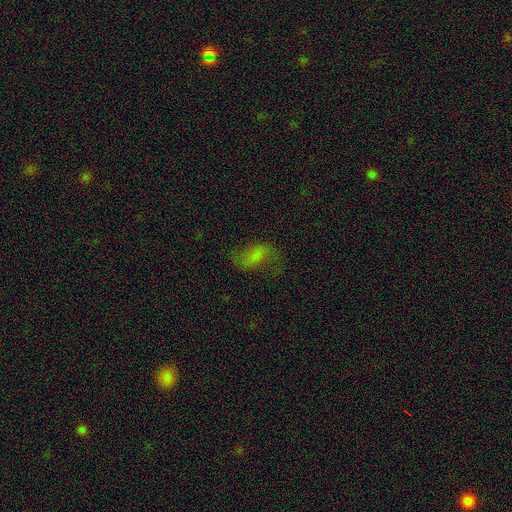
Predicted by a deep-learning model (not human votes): Smooth or featured? Predicted: smooth (p=0.44). Merging? Predicted: none (p=0.59).